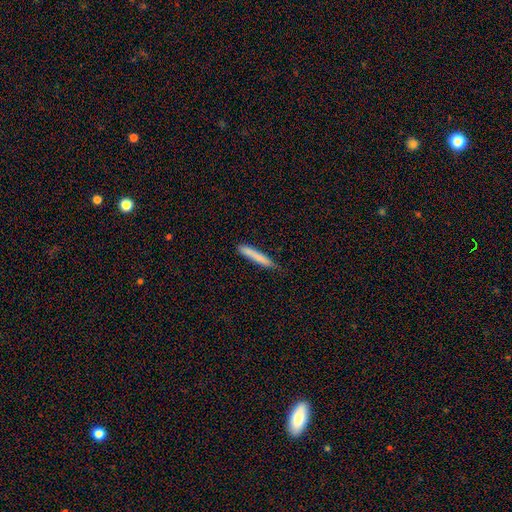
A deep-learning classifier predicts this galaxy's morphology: The model was most divided on "merging": none: 79%, minor disturbance: 17%, major disturbance: 3%, merger: 1%. More confident: how rounded — cigar-shaped (94%); smooth or featured — smooth (80%).